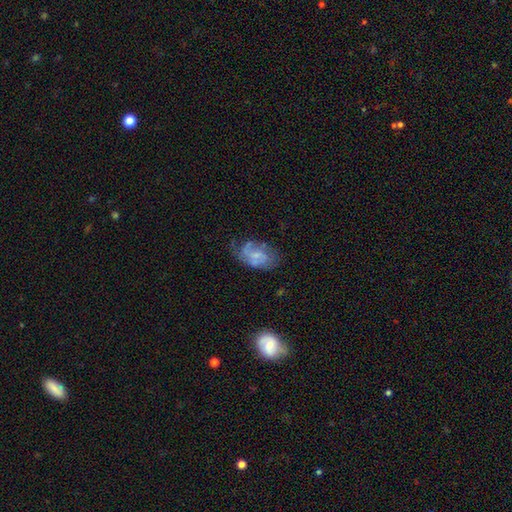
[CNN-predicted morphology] Overall: featured or disk (56%; smooth 35%). Edge-on disk: no (97%). Bar: no (62%; weak 33%). Spiral arms: yes (71%). Bulge size: small (53%; moderate 22%). Merging: none (51%; minor disturbance 28%).